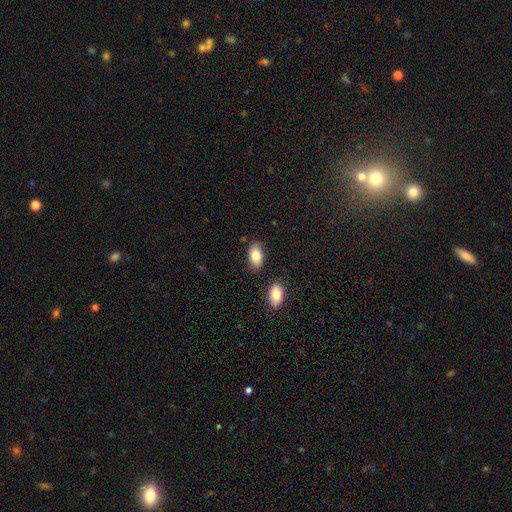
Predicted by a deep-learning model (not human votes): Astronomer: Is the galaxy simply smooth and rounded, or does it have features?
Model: smooth — 85%.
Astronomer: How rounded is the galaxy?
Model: in between — 94%.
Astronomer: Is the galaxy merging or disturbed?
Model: none — 81%.